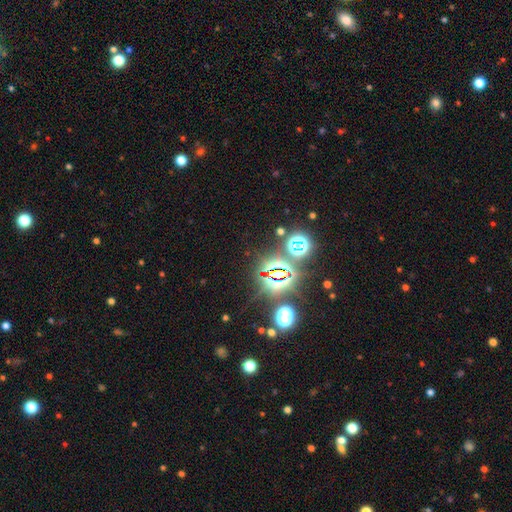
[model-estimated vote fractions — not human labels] Smooth or featured: star or artifact — 80% (smooth — 12%)